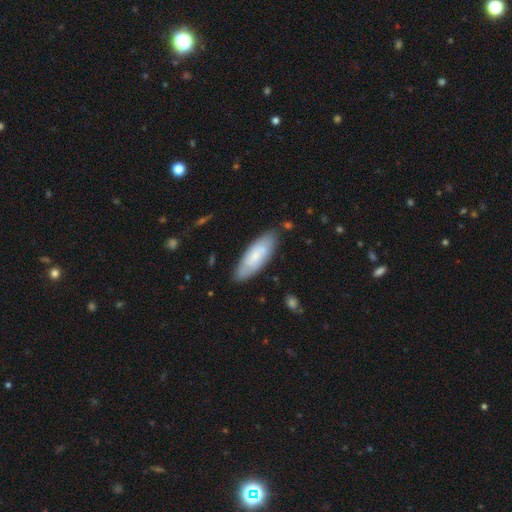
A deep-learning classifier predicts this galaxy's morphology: Smooth or featured: smooth — 59% (featured or disk — 36%)
How rounded: in between — 63% (cigar-shaped — 35%)
Merging: none — 80% (minor disturbance — 15%)